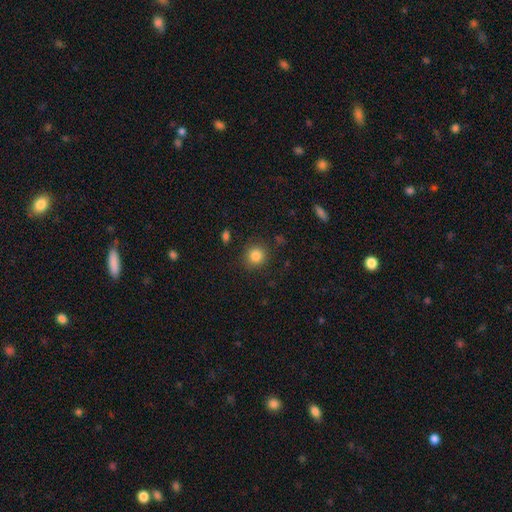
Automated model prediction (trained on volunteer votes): smooth-or-featured: smooth: 84% | star or artifact: 11% | featured or disk: 5%
  how-rounded: round: 91% | in between: 8% | cigar-shaped: 1%
  merging: none: 87% | minor disturbance: 8% | major disturbance: 3% | merger: 2%